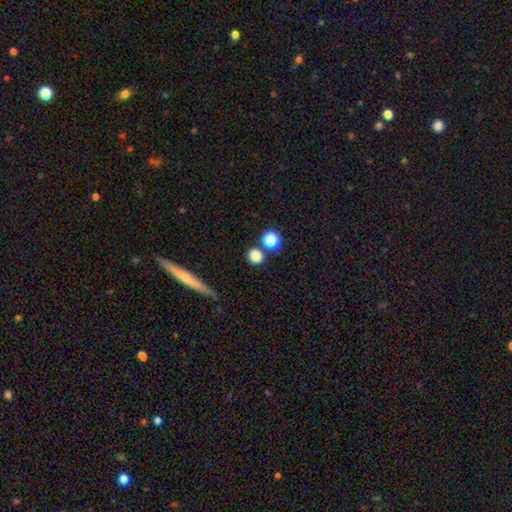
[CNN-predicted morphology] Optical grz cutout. It shows a smooth galaxy with no disk features (82%) that is round (88%). Merging: none (78%).